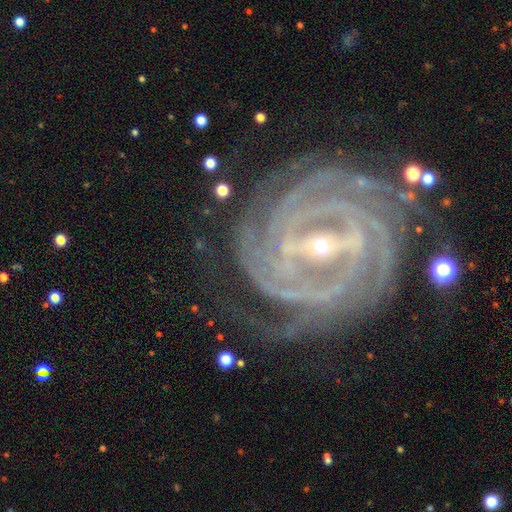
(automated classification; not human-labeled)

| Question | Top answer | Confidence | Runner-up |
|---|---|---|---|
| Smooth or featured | featured or disk | 92% | star or artifact (5%) |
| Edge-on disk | no | 97% | yes (3%) |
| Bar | strong | 64% | weak (25%) |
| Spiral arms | yes | 99% | no (1%) |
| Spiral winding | tight | 78% | medium (19%) |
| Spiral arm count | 4 | 29% | 3 (20%) |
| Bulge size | small | 84% | moderate (12%) |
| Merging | none | 73% | minor disturbance (17%) |